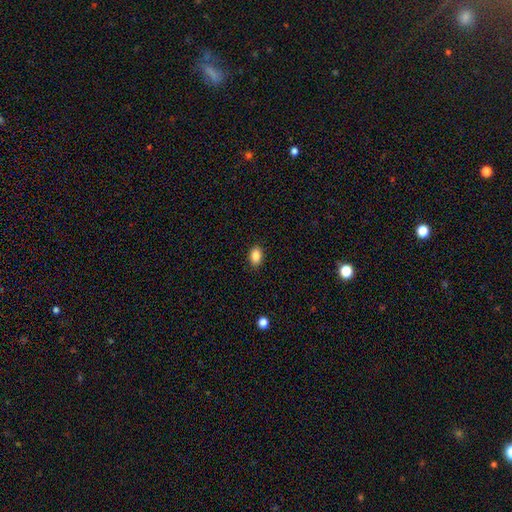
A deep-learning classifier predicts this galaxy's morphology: Smooth or featured: smooth — 88% (star or artifact — 8%)
How rounded: in between — 86% (round — 12%)
Merging: none — 89% (minor disturbance — 8%)